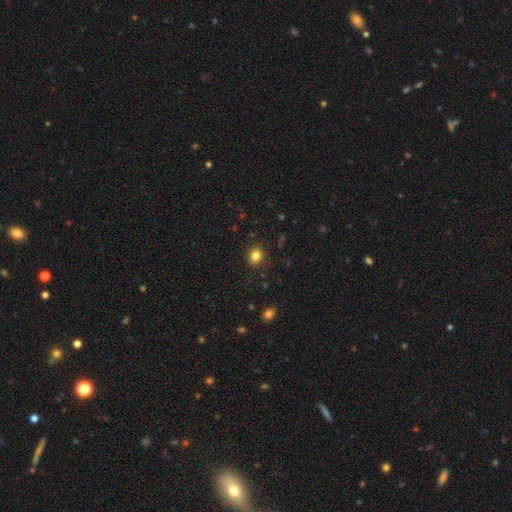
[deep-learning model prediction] This is clearly a smooth galaxy (82%). How rounded: likely round (73%). Merging: clearly none (89%).